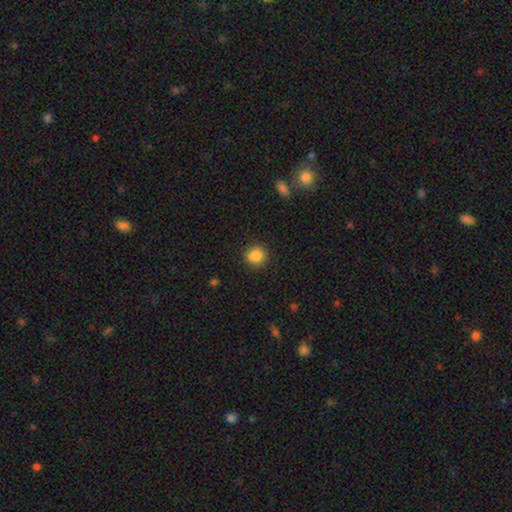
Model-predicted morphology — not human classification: This appears to be a smooth galaxy with no disk features (85%) that is round (84%). Merging: none (87%).